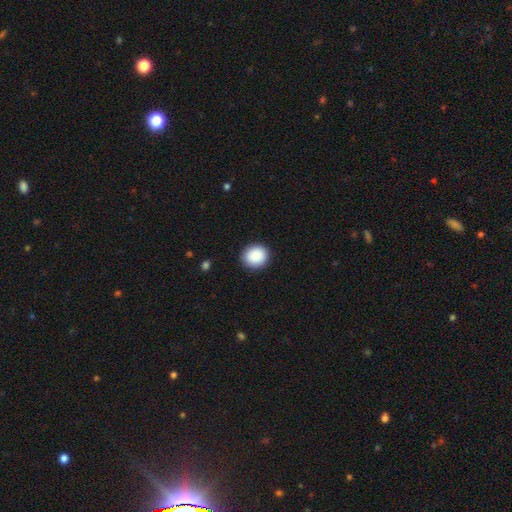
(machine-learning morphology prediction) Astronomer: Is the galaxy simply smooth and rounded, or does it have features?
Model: smooth — 90%.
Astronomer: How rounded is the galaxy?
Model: round — 83%.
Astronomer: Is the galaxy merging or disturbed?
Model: none — 90%.